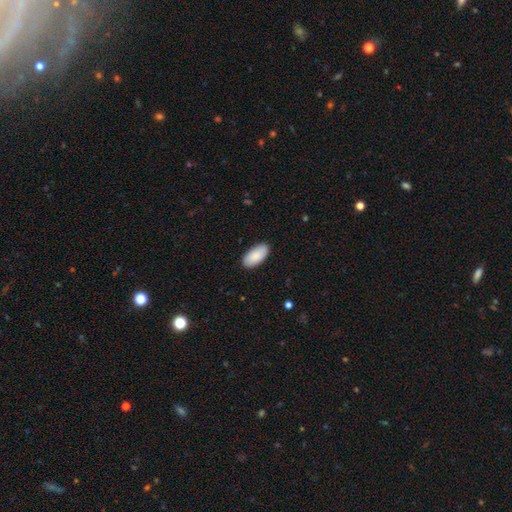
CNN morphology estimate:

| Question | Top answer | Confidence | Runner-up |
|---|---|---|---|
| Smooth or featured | smooth | 89% | star or artifact (5%) |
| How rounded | in between | 95% | cigar-shaped (3%) |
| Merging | none | 88% | minor disturbance (9%) |